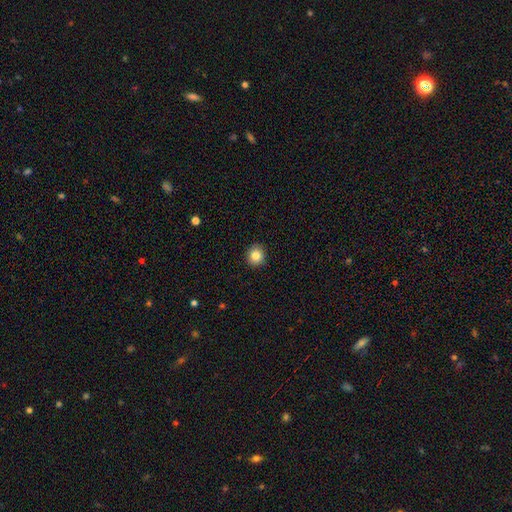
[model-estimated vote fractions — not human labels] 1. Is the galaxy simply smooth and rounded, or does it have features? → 85% smooth, 10% star or artifact, 6% featured or disk.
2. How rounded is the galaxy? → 89% round, 10% in between, 1% cigar-shaped.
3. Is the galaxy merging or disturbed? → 91% none, 6% minor disturbance, 2% major disturbance, 1% merger.